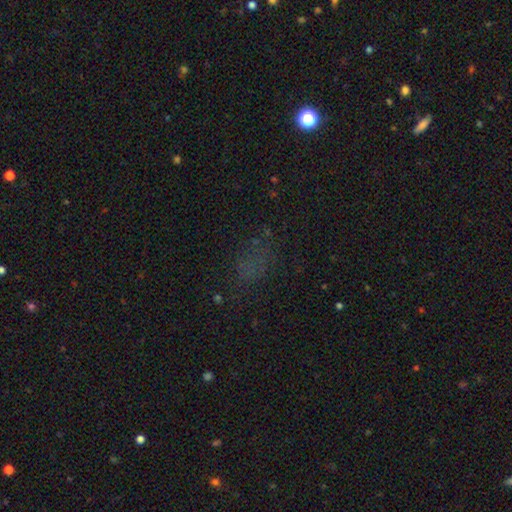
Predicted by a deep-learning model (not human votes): smooth-or-featured: star or artifact: 46% | smooth: 38% | featured or disk: 15%